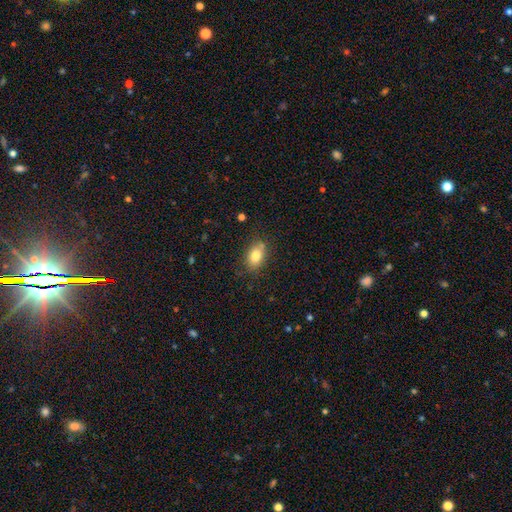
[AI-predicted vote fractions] smooth_or_featured: smooth (p=0.81) [alt: featured or disk p=0.10]
how_rounded: in between (p=0.83) [alt: round p=0.15]
merging: none (p=0.78) [alt: minor disturbance p=0.15]